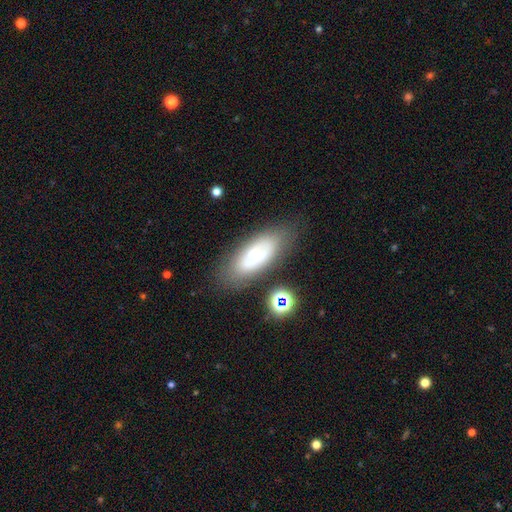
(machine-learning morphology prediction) A featured or disk galaxy (47%).

Vote fractions:
- Smooth or featured? featured or disk: 47% / smooth: 42% / star or artifact: 12%
- Merging? none: 70% / minor disturbance: 17% / major disturbance: 8% / merger: 5%